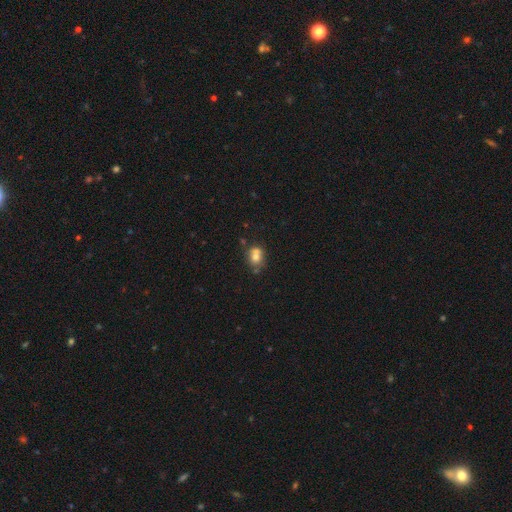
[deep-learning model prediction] Overall: smooth (68%). How rounded: round (62%; in between 37%). Merging: none (44%; merger 38%).